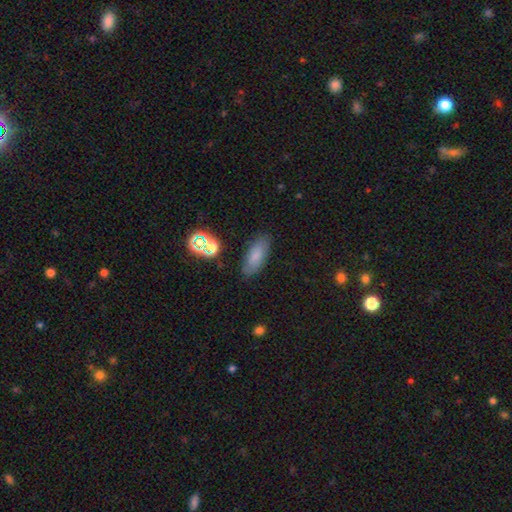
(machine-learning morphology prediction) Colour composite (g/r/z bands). It shows a smooth galaxy with no disk features (76%) that is in between round and cigar-shaped (75%). Merging: none (82%).